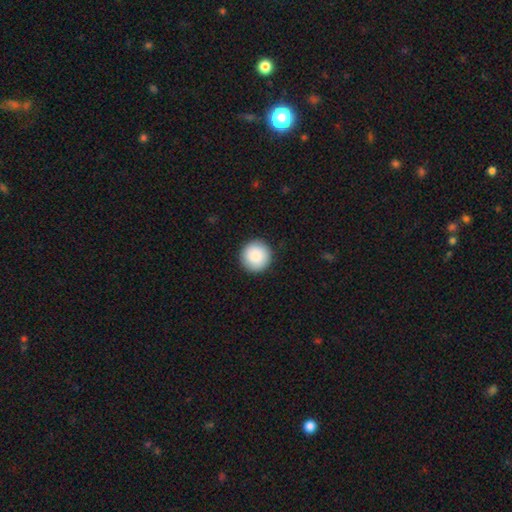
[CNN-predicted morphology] Overall: smooth (88%). How rounded: round (96%). Merging: none (93%).